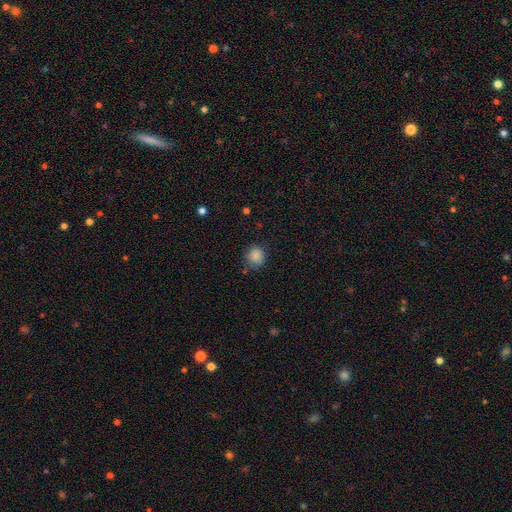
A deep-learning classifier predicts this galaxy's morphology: This appears to be a smooth galaxy with no disk features (86%) that is round (83%). Merging: none (77%).